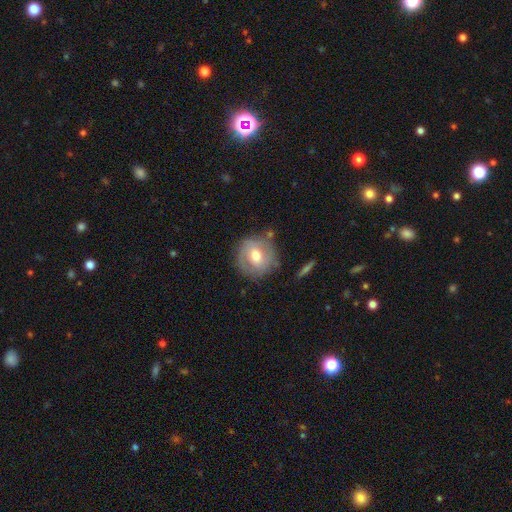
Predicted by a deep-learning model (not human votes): A smooth galaxy with no disk features (52%) that is round (89%). Merging: none (76%).